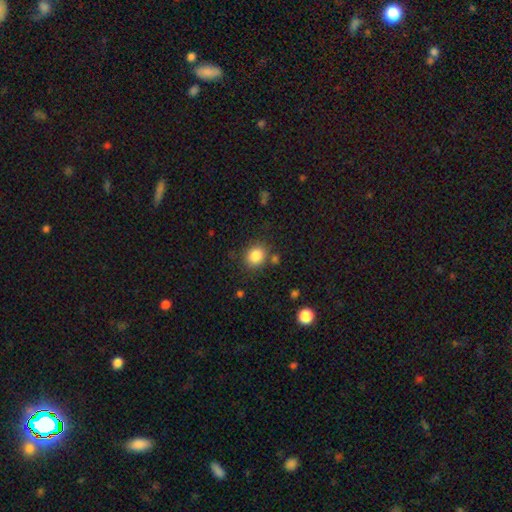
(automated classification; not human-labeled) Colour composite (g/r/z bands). It shows a smooth galaxy with no disk features (86%) that is round (69%). Merging: none (79%).